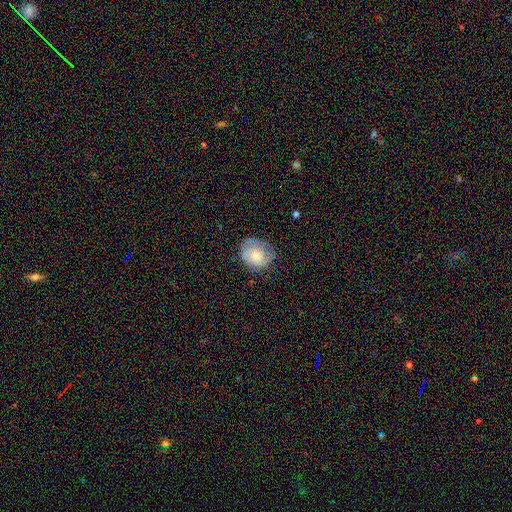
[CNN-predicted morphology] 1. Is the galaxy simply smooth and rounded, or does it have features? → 47% smooth, 45% featured or disk, 8% star or artifact.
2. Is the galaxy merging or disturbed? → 60% none, 27% minor disturbance, 11% major disturbance, 1% merger.